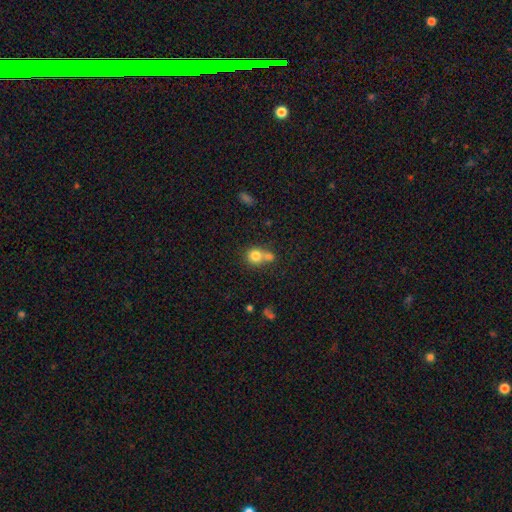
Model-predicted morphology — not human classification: This is likely a smooth galaxy (78%). How rounded: clearly round (83%). Merging: possibly merger (53%).